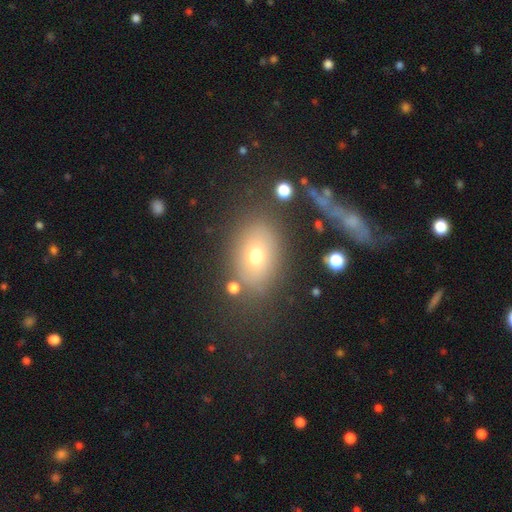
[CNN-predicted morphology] smooth 65%, featured or disk 19%, star or artifact 16%. Down the decision tree: how rounded — in between (74%); merging — none (73%).